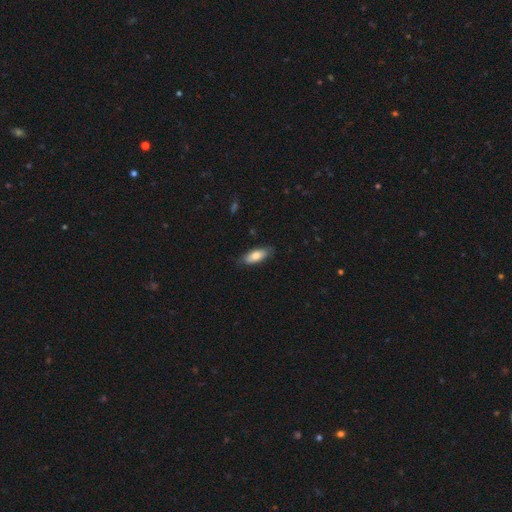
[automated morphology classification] This is likely a smooth galaxy (75%). How rounded: likely in between (79%). Merging: clearly none (81%).